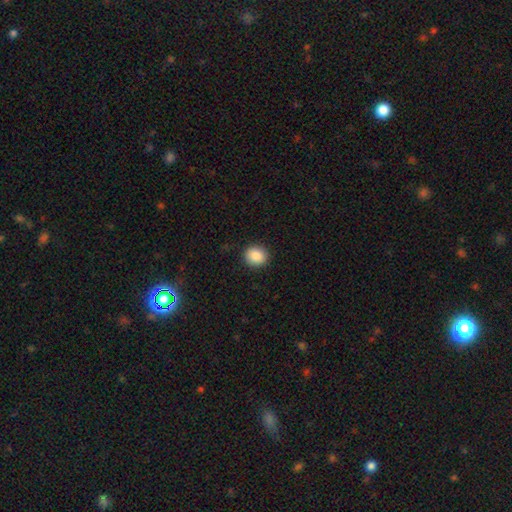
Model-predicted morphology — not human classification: Smooth or featured? smooth (88%)
How rounded? round (82%)
Merging? none (91%)